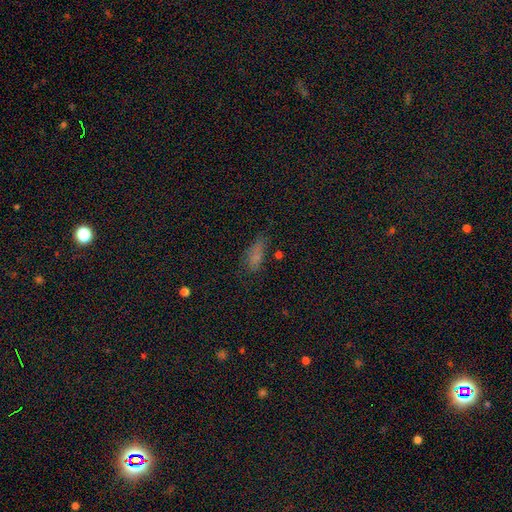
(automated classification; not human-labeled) smooth 67%, star or artifact 22%, featured or disk 11%. Down the decision tree: how rounded — in between (71%); merging — none (56%).